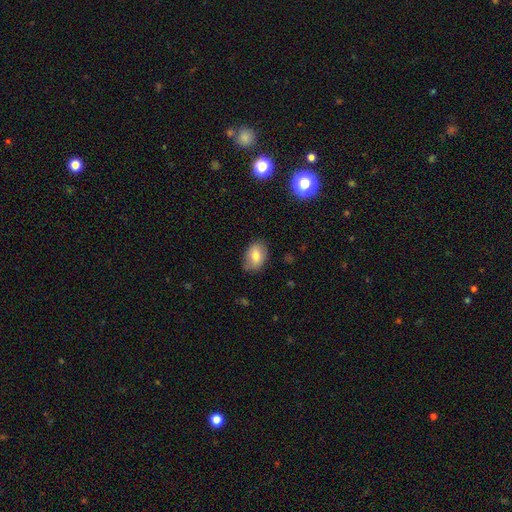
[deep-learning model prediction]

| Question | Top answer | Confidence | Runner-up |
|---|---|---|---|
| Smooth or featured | smooth | 73% | featured or disk (18%) |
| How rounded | in between | 81% | round (18%) |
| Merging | none | 79% | minor disturbance (17%) |